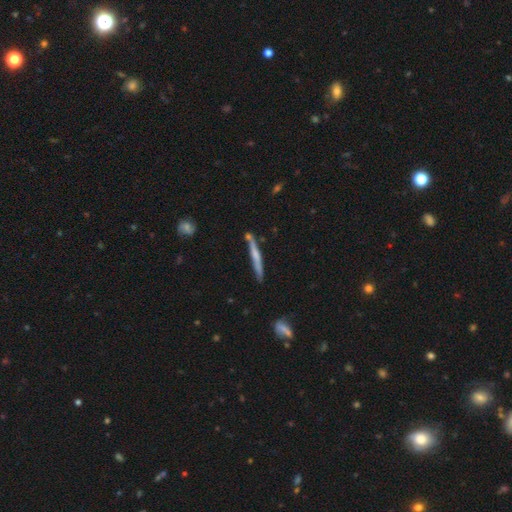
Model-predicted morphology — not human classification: featured or disk 54%, smooth 40%, star or artifact 6%. Down the decision tree: edge-on disk — yes (96%); edge-on bulge — none (44%); merging — none (77%).